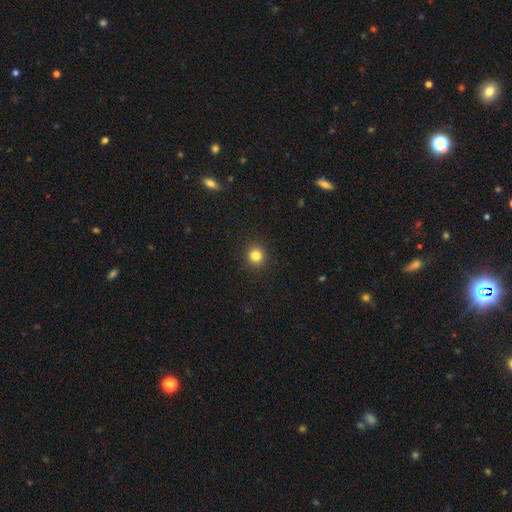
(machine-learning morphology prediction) Smooth or featured: smooth — 84% (star or artifact — 12%)
How rounded: round — 91% (in between — 8%)
Merging: none — 92% (minor disturbance — 6%)